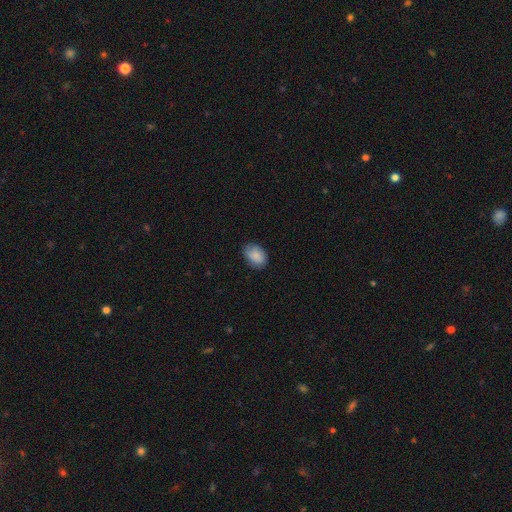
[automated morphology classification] Smooth or featured? smooth (87%)
How rounded? in between (83%)
Merging? none (82%)